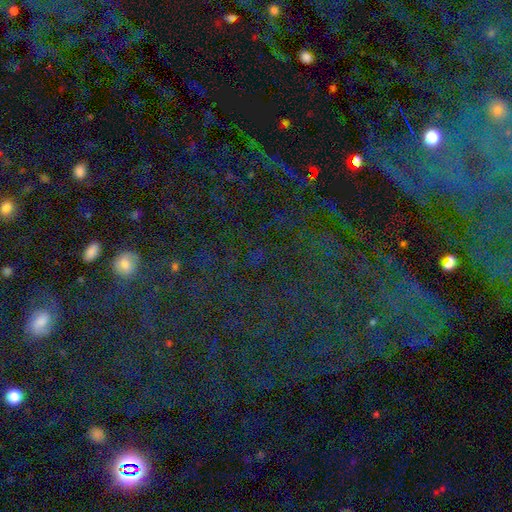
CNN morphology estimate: Smooth or featured? star or artifact (76%)